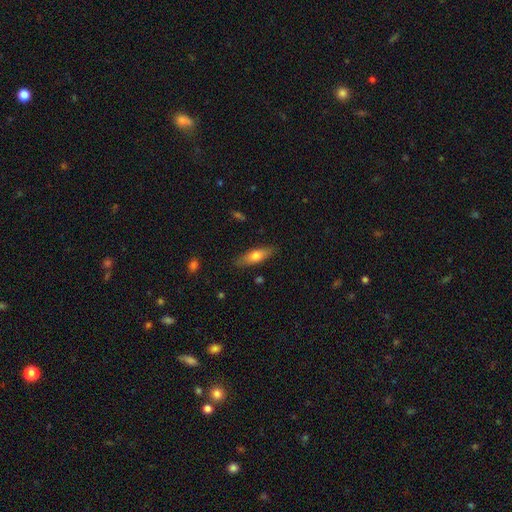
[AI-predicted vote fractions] Smooth or featured? Predicted: smooth (p=0.66). How rounded? Predicted: in between (p=0.49). Merging? Predicted: none (p=0.85).